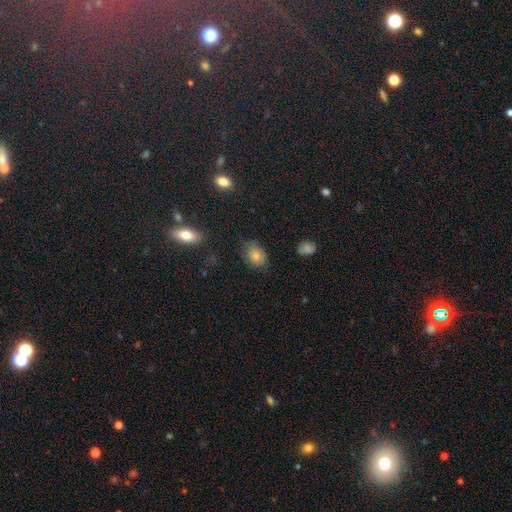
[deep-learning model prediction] Q: Smooth or featured?
A: smooth (78%); runner-up: featured or disk (12%)
Q: How rounded?
A: in between (63%); runner-up: round (36%)
Q: Merging?
A: none (67%); runner-up: minor disturbance (25%)